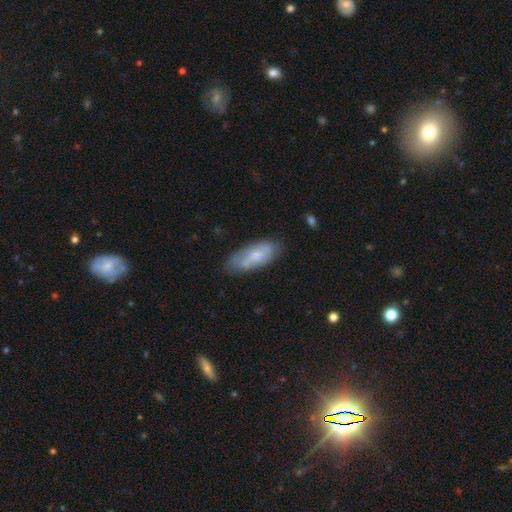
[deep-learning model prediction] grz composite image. It shows a smooth galaxy with no disk features (53%) that is in between round and cigar-shaped (78%). Merging: none (68%).